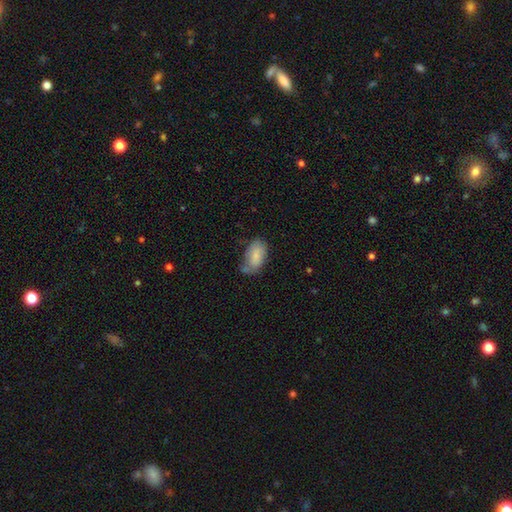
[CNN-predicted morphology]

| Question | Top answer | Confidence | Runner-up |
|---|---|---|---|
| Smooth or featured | smooth | 81% | featured or disk (12%) |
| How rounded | in between | 93% | round (5%) |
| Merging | none | 47% | minor disturbance (32%) |